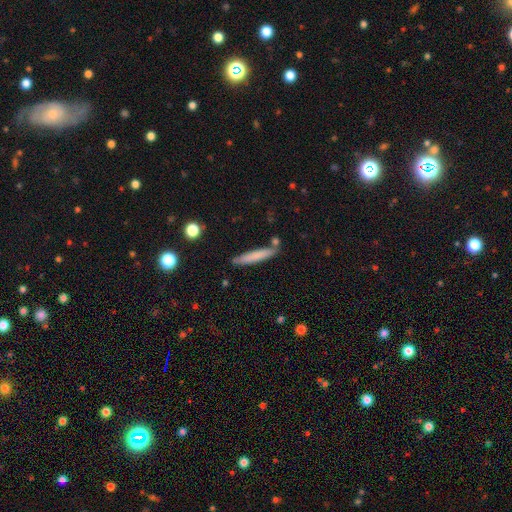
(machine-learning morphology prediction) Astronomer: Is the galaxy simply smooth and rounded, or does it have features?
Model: smooth — 72%.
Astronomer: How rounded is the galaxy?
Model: cigar-shaped — 93%.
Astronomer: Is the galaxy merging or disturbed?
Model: none — 80%.